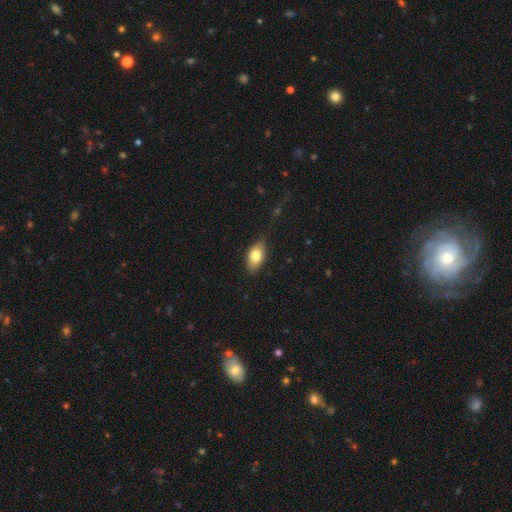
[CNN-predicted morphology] type=smooth (78%); roundness=in between (89%); merging=none (73%).